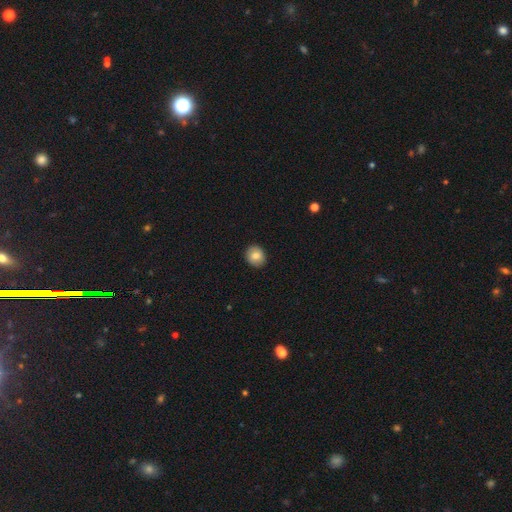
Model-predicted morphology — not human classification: The model was most divided on "how rounded": round: 75%, in between: 24%, cigar-shaped: 1%. More confident: merging — none (91%); smooth or featured — smooth (82%).